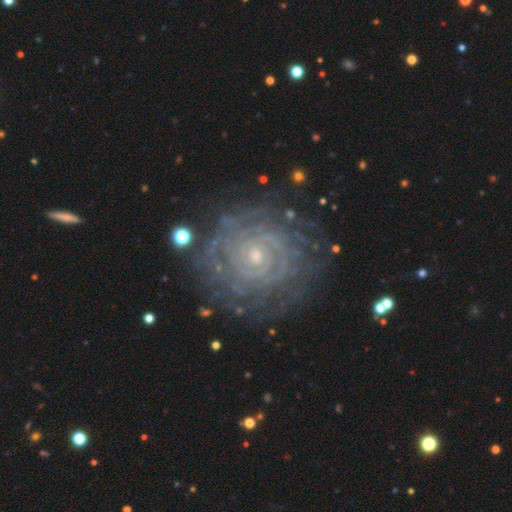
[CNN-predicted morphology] featured or disk 82%, smooth 10%, star or artifact 8%. Down the decision tree: edge-on disk — no (97%); bar — no (78%); spiral arms — yes (91%); spiral arm count — can't tell (42%); spiral winding — tight (83%); bulge size — small (79%); merging — none (79%).